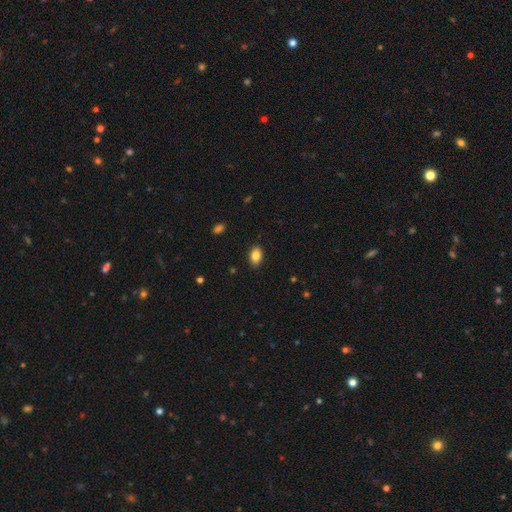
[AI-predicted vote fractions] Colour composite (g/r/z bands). It shows a smooth galaxy with no disk features (86%) that is in between round and cigar-shaped (89%). Merging: none (88%).